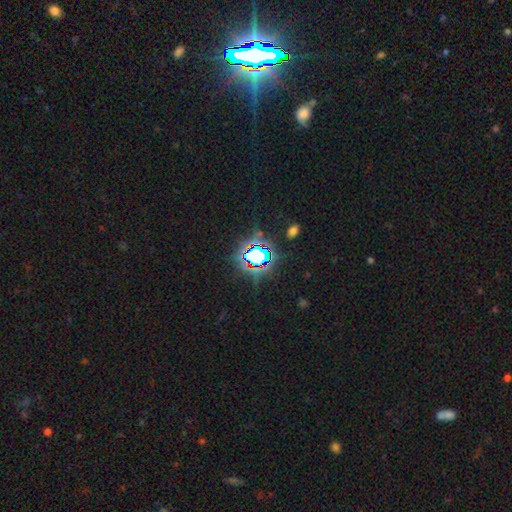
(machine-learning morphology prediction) Smooth or featured? Predicted: star or artifact (p=0.74).